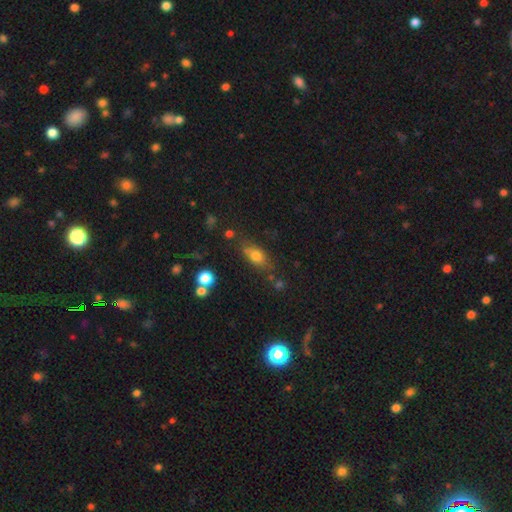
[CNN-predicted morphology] Smooth or featured? smooth (72%)
How rounded? in between (74%)
Merging? none (65%)